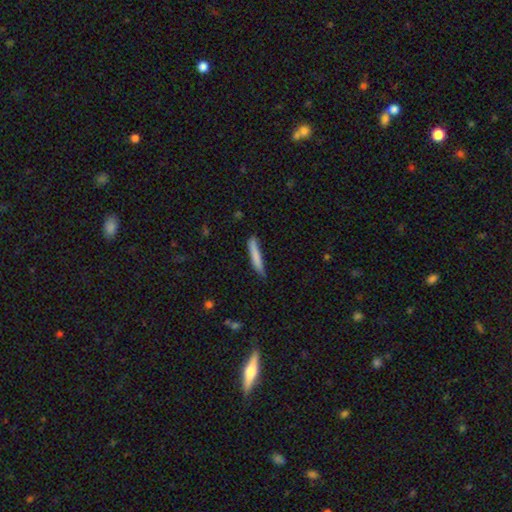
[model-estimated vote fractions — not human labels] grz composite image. It shows a smooth galaxy with no disk features (79%) that is cigar-shaped (93%). Merging: none (73%).